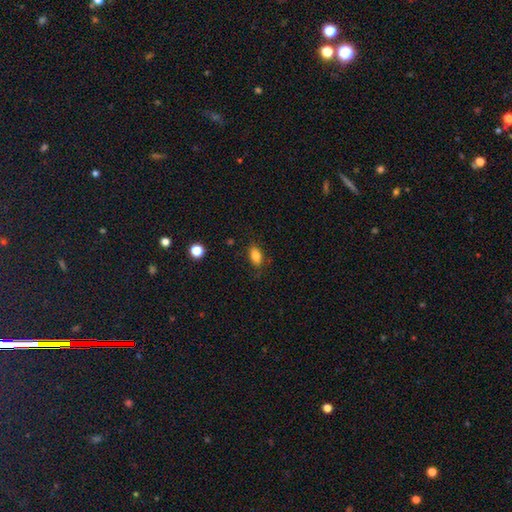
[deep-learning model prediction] Smooth or featured: smooth — 83% (star or artifact — 9%)
How rounded: in between — 87% (round — 9%)
Merging: none — 81% (minor disturbance — 14%)